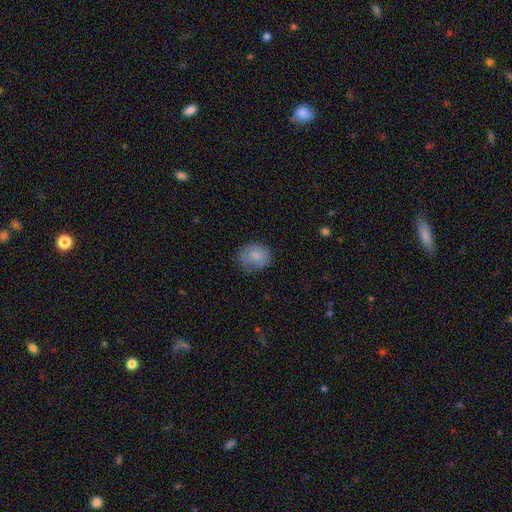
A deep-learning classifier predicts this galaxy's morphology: Overall: smooth (79%). How rounded: round (51%; in between 48%). Merging: none (63%; minor disturbance 27%).